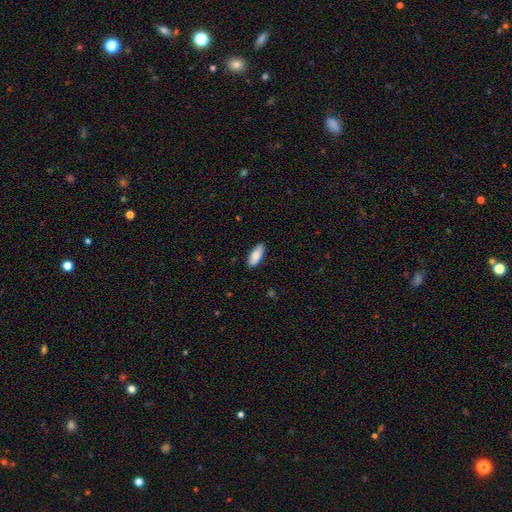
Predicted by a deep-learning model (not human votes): A smooth galaxy with no disk features (86%) that is in between round and cigar-shaped (79%).

Vote fractions:
- Smooth or featured? smooth: 86% / featured or disk: 8% / star or artifact: 6%
- How rounded? in between: 79% / cigar-shaped: 20% / round: 2%
- Merging? none: 87% / minor disturbance: 10% / major disturbance: 2% / merger: 1%